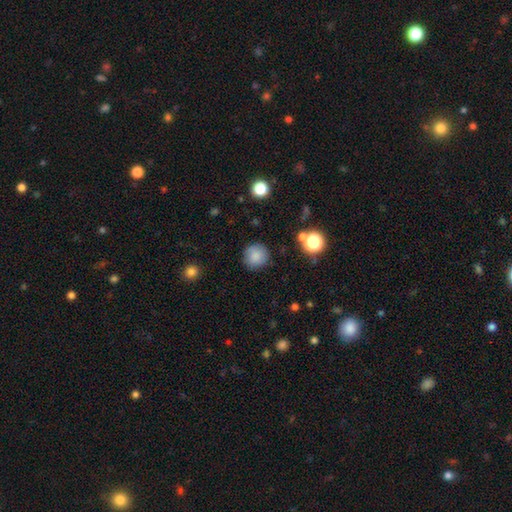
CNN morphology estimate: The model was most divided on "smooth or featured": smooth: 82%, star or artifact: 10%, featured or disk: 7%. More confident: how rounded — round (93%); merging — none (84%).